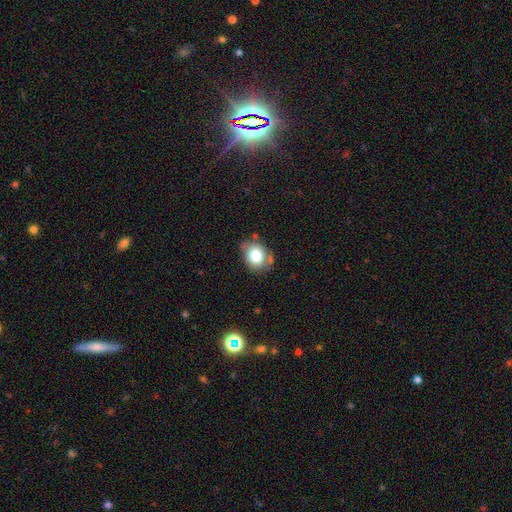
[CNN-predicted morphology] A smooth galaxy with no disk features (79%) that is round (54%).

Vote fractions:
- Smooth or featured? smooth: 79% / featured or disk: 12% / star or artifact: 9%
- How rounded? round: 54% / in between: 45% / cigar-shaped: 1%
- Merging? none: 66% / minor disturbance: 23% / major disturbance: 6% / merger: 5%